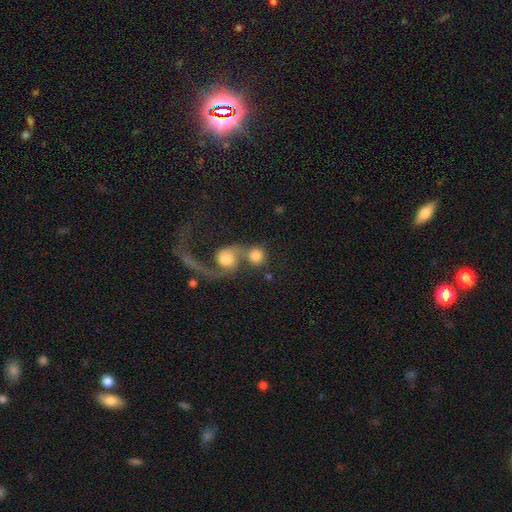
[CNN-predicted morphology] This is likely a smooth galaxy (70%). How rounded: clearly round (88%). Merging: possibly merger (56%).